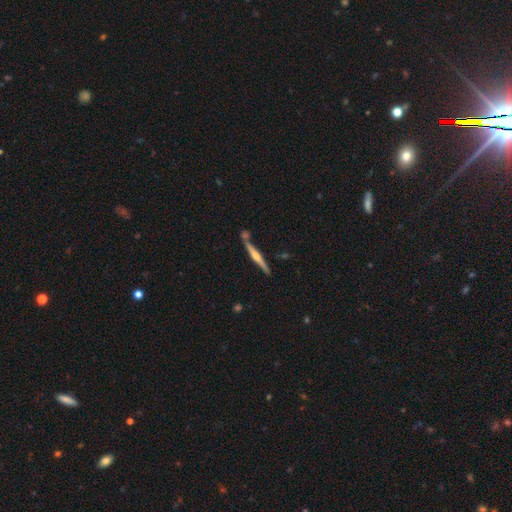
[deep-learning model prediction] Q: Smooth or featured?
A: featured or disk (75%); runner-up: smooth (19%)
Q: Edge-on disk?
A: yes (98%); runner-up: no (2%)
Q: Edge-on bulge?
A: rounded (82%); runner-up: boxy (10%)
Q: Merging?
A: none (77%); runner-up: minor disturbance (10%)